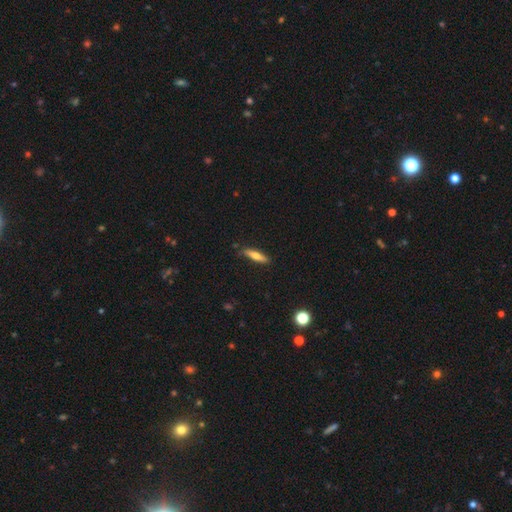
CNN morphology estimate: smooth_or_featured: smooth (p=0.60) [alt: featured or disk p=0.33]
how_rounded: cigar-shaped (p=0.80) [alt: in between p=0.18]
merging: none (p=0.83) [alt: minor disturbance p=0.13]